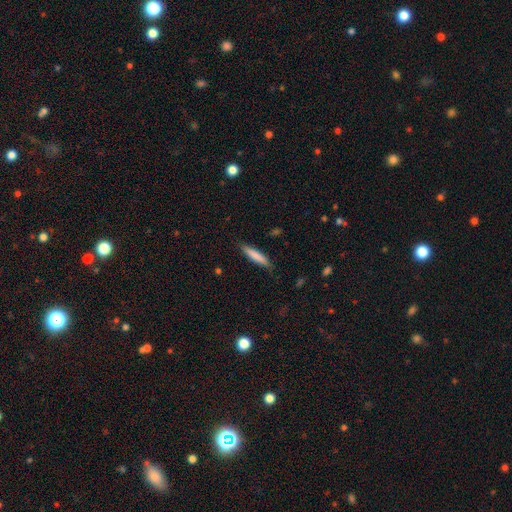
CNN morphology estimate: Smooth or featured: smooth — 79% (featured or disk — 16%)
How rounded: cigar-shaped — 87% (in between — 12%)
Merging: none — 83% (minor disturbance — 13%)